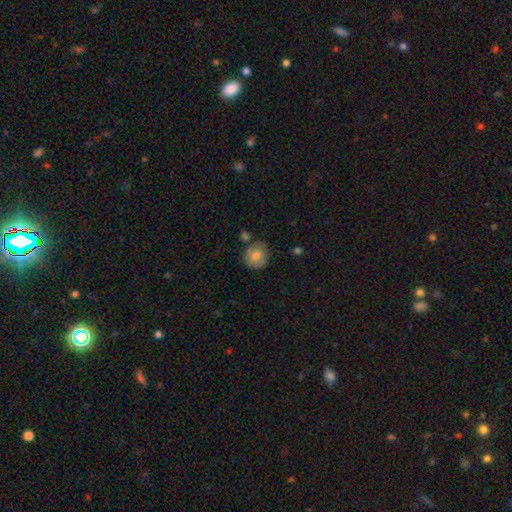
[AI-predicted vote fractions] Overall: smooth (72%). How rounded: round (78%). Merging: none (71%).